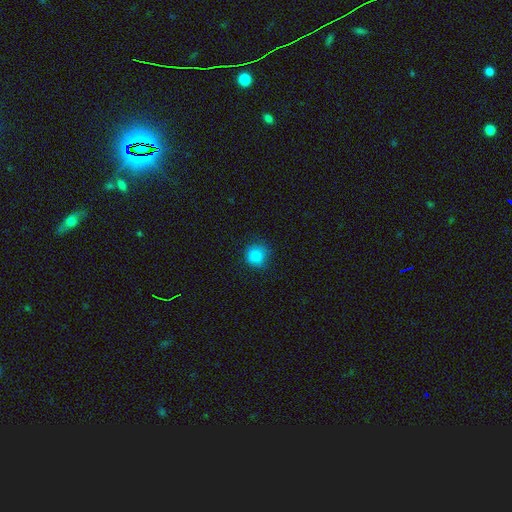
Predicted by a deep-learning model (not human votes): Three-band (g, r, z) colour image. It shows a smooth galaxy with no disk features (85%) that is round (88%). Merging: none (79%).